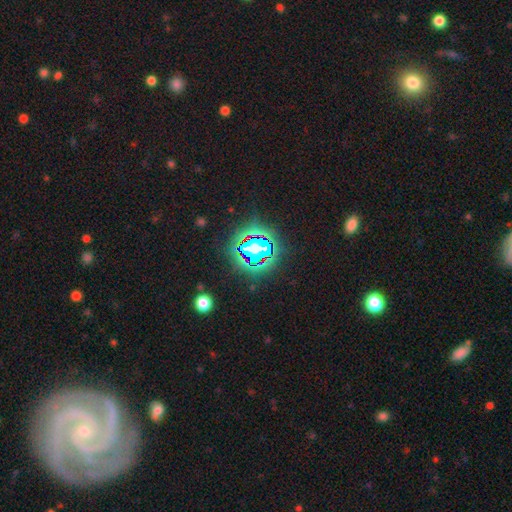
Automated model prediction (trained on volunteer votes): A star or artifact, not a galaxy (79%).